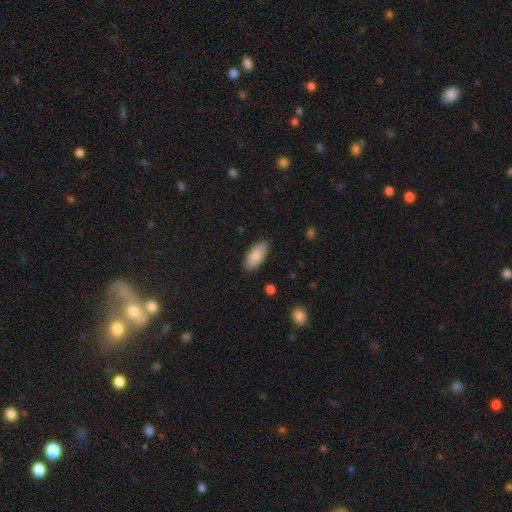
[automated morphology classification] Overall: smooth (87%). How rounded: in between (90%). Merging: none (87%).